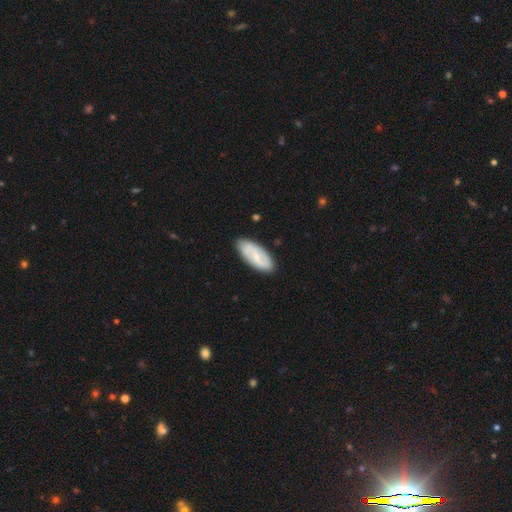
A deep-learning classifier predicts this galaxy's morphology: featured or disk 49%, smooth 45%, star or artifact 5%. Down the decision tree: merging — none (85%).